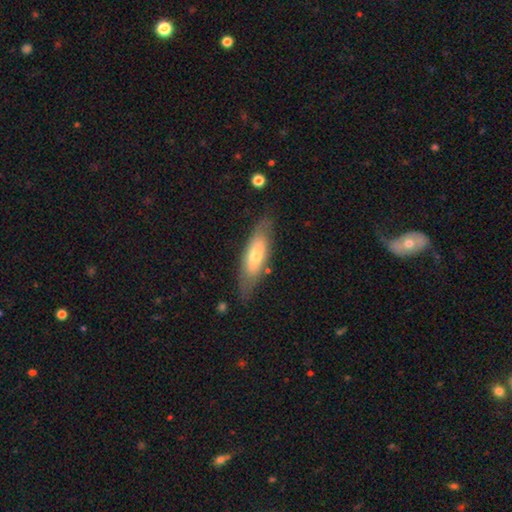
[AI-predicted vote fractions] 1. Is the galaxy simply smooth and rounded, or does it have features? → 58% smooth, 36% featured or disk, 6% star or artifact.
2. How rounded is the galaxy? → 55% in between, 43% cigar-shaped, 2% round.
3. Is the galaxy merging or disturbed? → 75% none, 17% minor disturbance, 5% major disturbance, 2% merger.